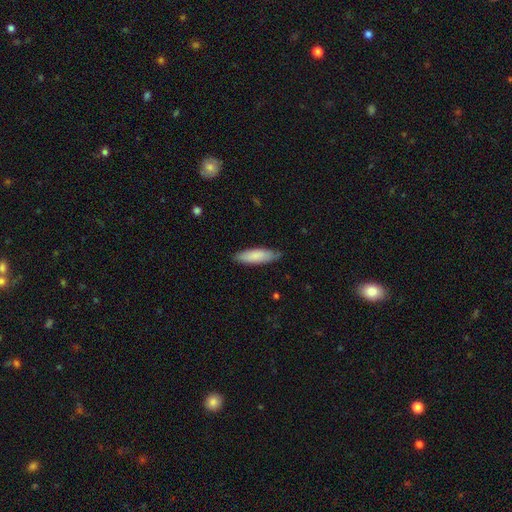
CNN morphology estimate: smooth 83%, featured or disk 12%, star or artifact 5%. Down the decision tree: how rounded — cigar-shaped (52%); merging — none (81%).